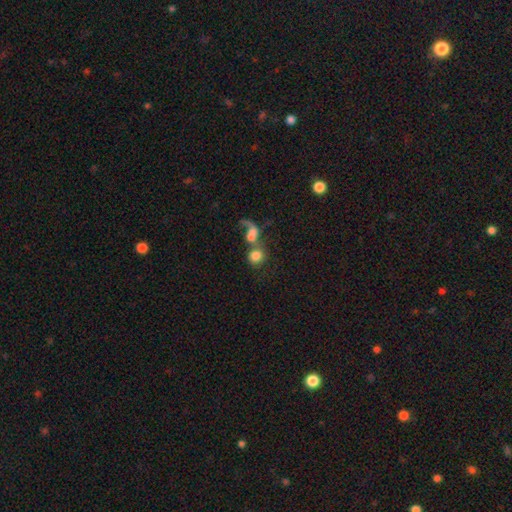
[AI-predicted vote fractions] Smooth or featured?
  - smooth: 74% *
  - featured or disk: 16%
  - star or artifact: 9%
How rounded?
  - round: 79% *
  - in between: 19%
  - cigar-shaped: 2%
Merging?
  - merger: 55% *
  - none: 27%
  - major disturbance: 11%
  - minor disturbance: 7%